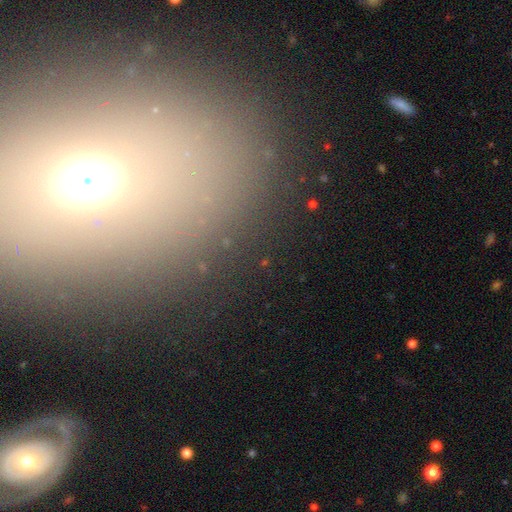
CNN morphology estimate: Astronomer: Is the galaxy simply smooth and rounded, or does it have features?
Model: star or artifact — 39% (runner-up: smooth, 37%).